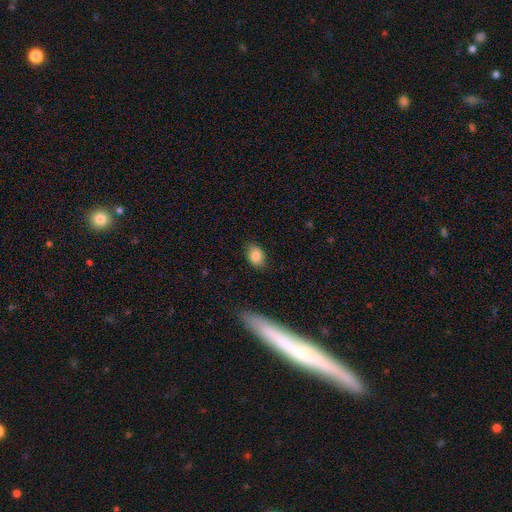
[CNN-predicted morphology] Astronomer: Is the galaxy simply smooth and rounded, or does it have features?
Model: smooth — 85%.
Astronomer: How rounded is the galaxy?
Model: in between — 79%.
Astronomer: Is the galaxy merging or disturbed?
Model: none — 83%.